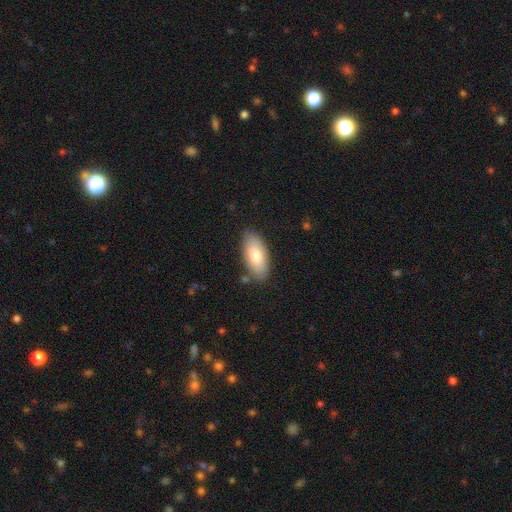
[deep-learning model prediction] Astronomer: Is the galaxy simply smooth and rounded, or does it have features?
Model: smooth — 77%.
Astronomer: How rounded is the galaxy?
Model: in between — 90%.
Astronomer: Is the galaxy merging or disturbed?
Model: none — 82%.